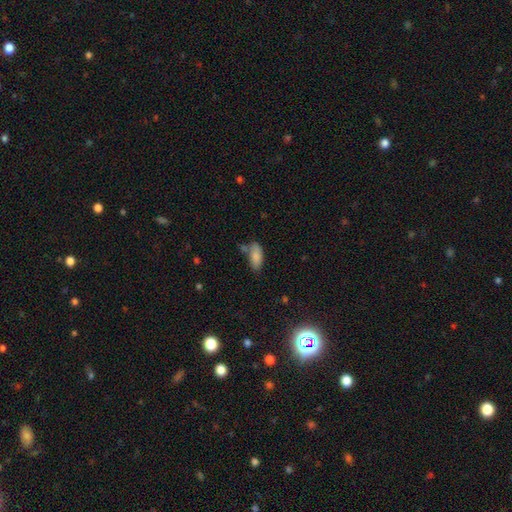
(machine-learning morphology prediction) This appears to be a smooth galaxy with no disk features (85%) that is in between round and cigar-shaped (88%). Merging: none (60%).